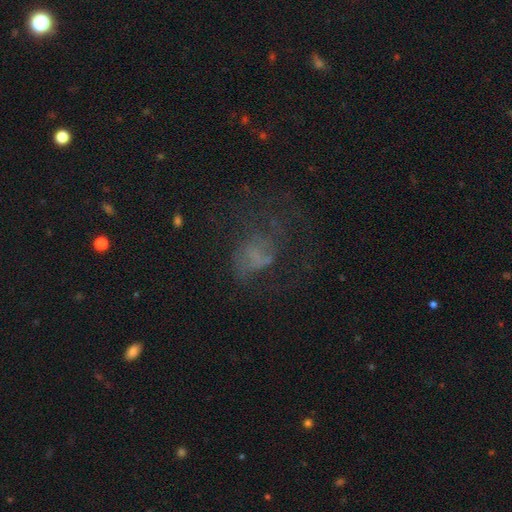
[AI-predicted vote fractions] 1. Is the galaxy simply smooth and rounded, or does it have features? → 45% featured or disk, 32% smooth, 24% star or artifact.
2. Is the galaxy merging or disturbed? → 44% major disturbance, 36% none, 16% minor disturbance, 3% merger.